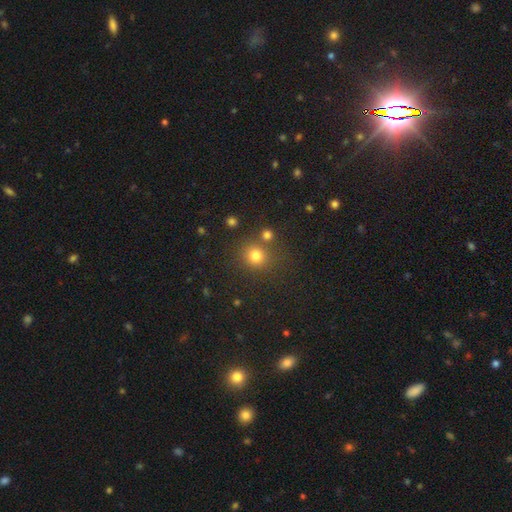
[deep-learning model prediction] Smooth or featured: smooth — 77% (star or artifact — 17%)
How rounded: round — 88% (in between — 11%)
Merging: none — 72% (merger — 14%)